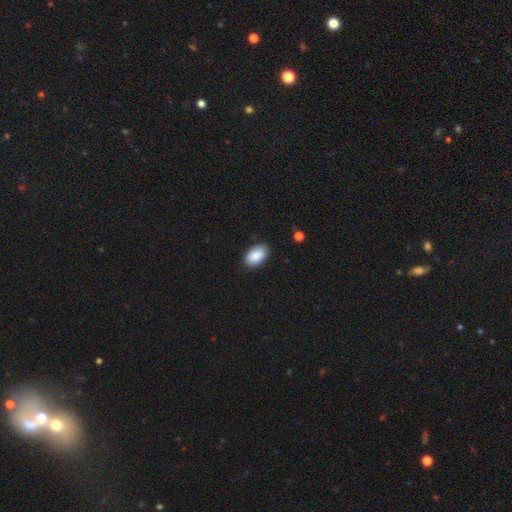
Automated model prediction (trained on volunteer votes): Overall: smooth (88%). How rounded: in between (94%). Merging: none (86%).